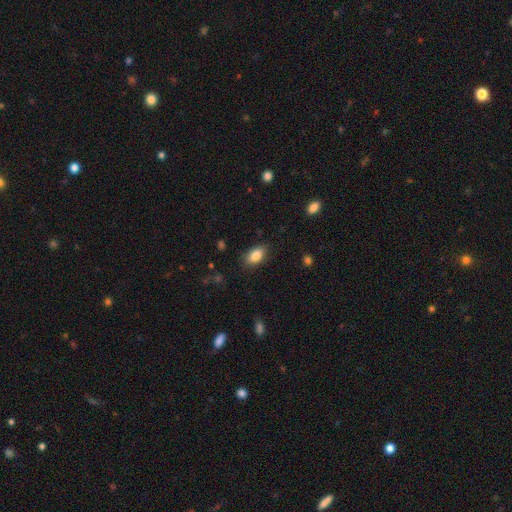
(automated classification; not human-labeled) The model was most divided on "merging": none: 84%, minor disturbance: 12%, major disturbance: 3%, merger: 1%. More confident: how rounded — in between (90%); smooth or featured — smooth (85%).